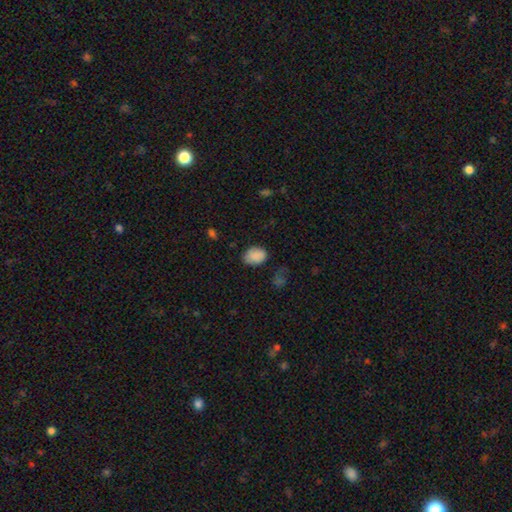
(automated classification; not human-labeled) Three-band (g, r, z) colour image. It shows a smooth galaxy with no disk features (87%) that is in between round and cigar-shaped (74%). Merging: none (71%).